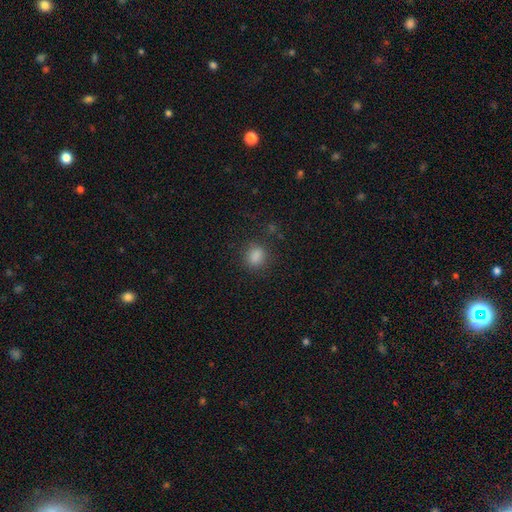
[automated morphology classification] type=smooth (82%); roundness=round (67%); merging=none (84%).